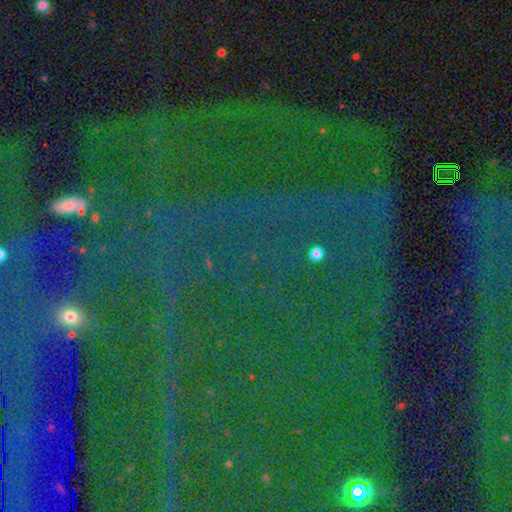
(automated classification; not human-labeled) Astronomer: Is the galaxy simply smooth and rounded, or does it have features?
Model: star or artifact — 84%.